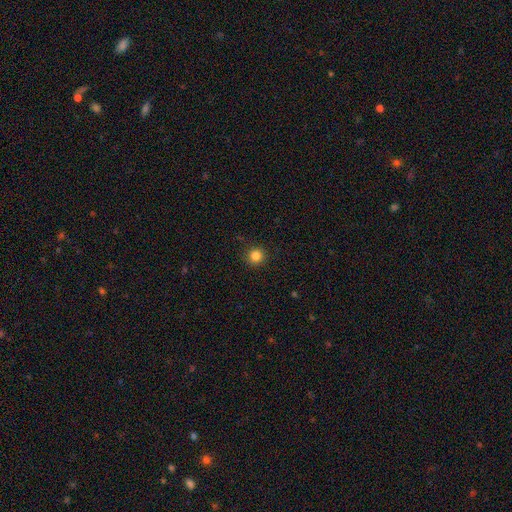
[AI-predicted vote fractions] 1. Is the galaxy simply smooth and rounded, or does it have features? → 84% smooth, 12% star or artifact, 4% featured or disk.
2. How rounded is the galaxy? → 95% round, 4% in between, 1% cigar-shaped.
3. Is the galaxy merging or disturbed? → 91% none, 6% minor disturbance, 2% major disturbance, 1% merger.